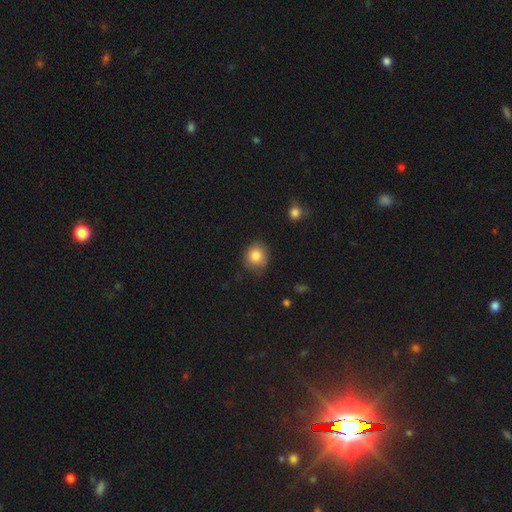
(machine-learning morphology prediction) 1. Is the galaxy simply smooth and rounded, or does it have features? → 83% smooth, 9% star or artifact, 8% featured or disk.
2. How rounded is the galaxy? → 79% round, 20% in between, 1% cigar-shaped.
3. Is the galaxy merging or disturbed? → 78% none, 17% minor disturbance, 4% major disturbance, 1% merger.